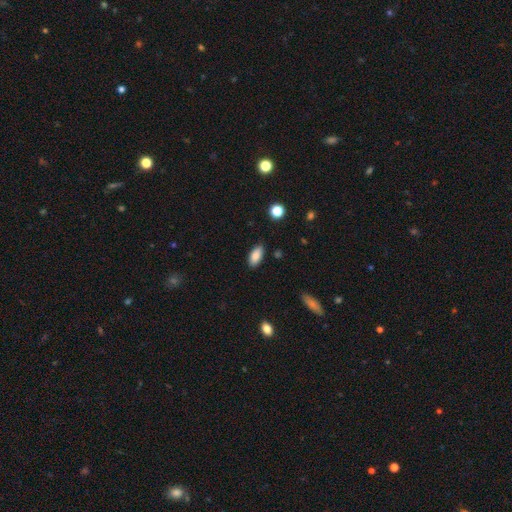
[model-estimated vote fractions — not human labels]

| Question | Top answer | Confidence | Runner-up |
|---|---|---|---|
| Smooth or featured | smooth | 86% | star or artifact (7%) |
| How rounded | in between | 90% | cigar-shaped (8%) |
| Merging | none | 86% | minor disturbance (10%) |